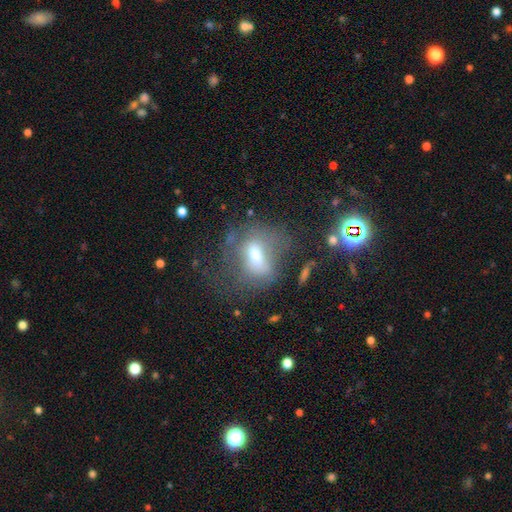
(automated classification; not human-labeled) smooth-or-featured: smooth: 46% | featured or disk: 37% | star or artifact: 17%
  merging: none: 44% | major disturbance: 26% | minor disturbance: 22% | merger: 7%